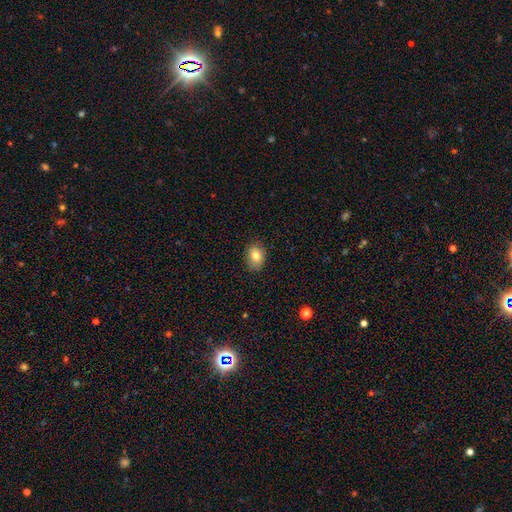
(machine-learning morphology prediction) smooth 81%, featured or disk 11%, star or artifact 8%. Down the decision tree: how rounded — in between (77%); merging — none (84%).